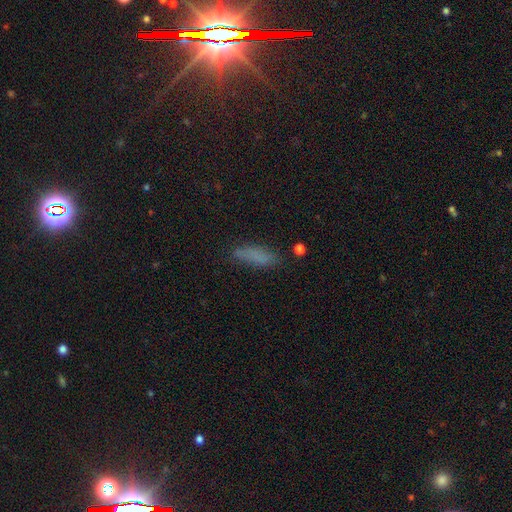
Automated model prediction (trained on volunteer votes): This is likely a smooth galaxy (78%). How rounded: likely cigar-shaped (61%). Merging: likely none (74%).